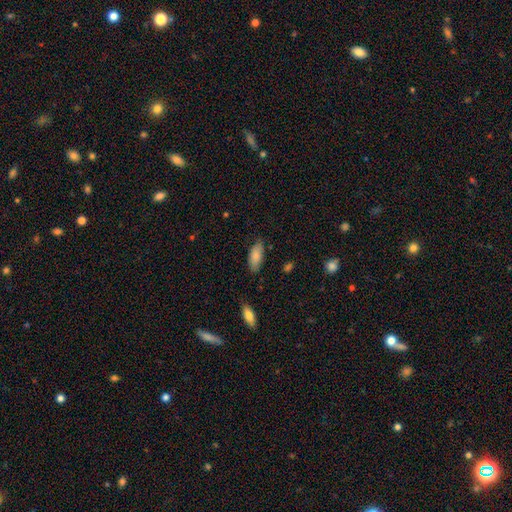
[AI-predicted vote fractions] smooth_or_featured: smooth (p=0.84) [alt: featured or disk p=0.10]
how_rounded: in between (p=0.86) [alt: cigar-shaped p=0.13]
merging: none (p=0.78) [alt: minor disturbance p=0.17]